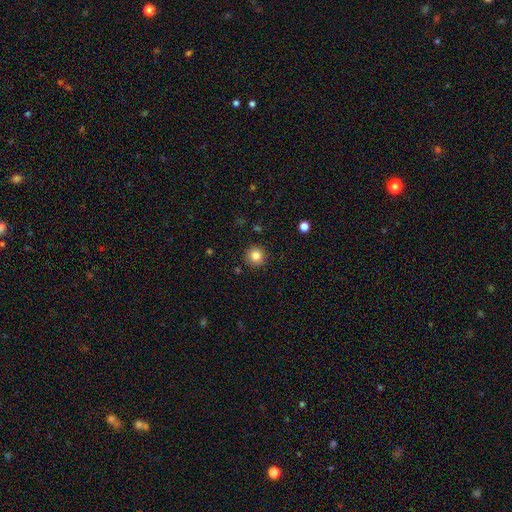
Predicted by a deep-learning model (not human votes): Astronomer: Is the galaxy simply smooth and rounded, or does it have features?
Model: smooth — 83%.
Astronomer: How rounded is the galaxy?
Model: round — 95%.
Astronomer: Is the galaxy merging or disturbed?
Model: none — 90%.